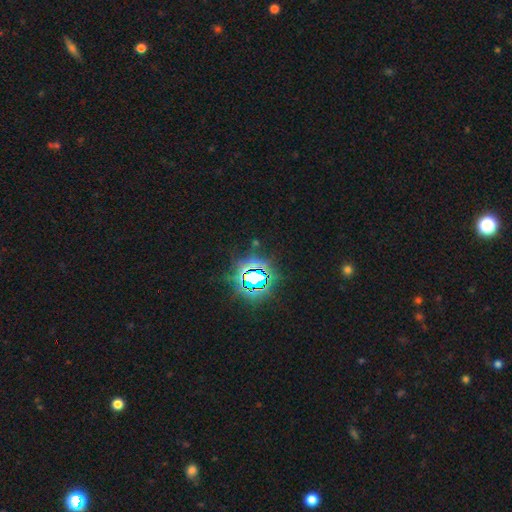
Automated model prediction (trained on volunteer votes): Smooth or featured?
  - star or artifact: 83% *
  - smooth: 10%
  - featured or disk: 6%